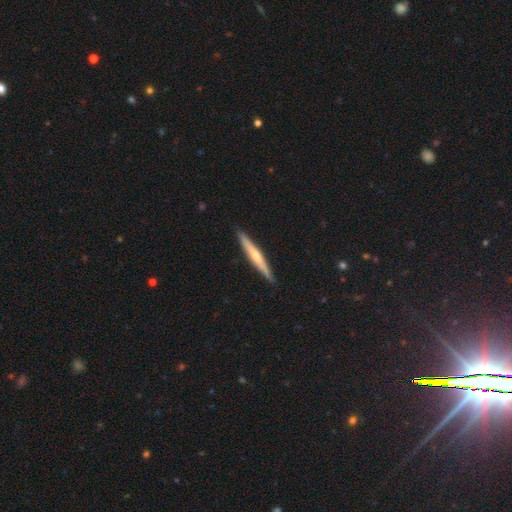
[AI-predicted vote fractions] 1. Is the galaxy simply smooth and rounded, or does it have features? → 54% featured or disk, 41% smooth, 5% star or artifact.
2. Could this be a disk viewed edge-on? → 97% yes, 3% no.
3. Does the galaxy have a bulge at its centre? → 64% rounded, 29% none, 8% boxy.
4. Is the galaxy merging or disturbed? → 91% none, 7% minor disturbance, 1% major disturbance, 1% merger.